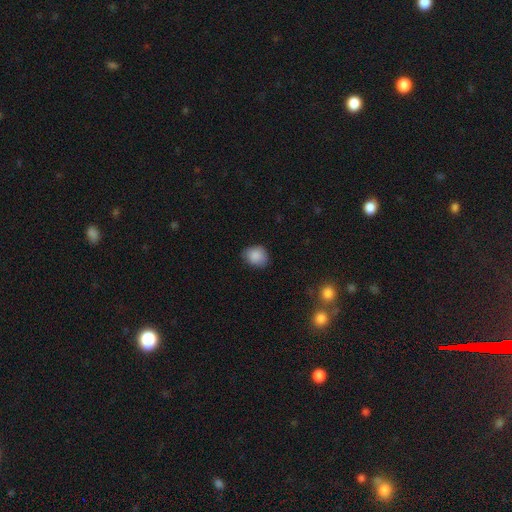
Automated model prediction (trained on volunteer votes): smooth 87%, star or artifact 8%, featured or disk 5%. Down the decision tree: how rounded — round (63%); merging — none (75%).